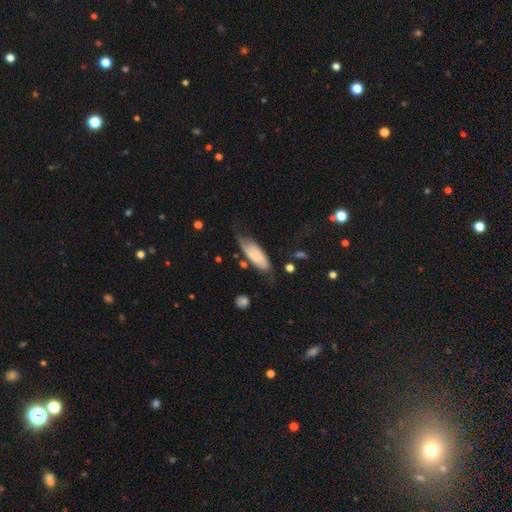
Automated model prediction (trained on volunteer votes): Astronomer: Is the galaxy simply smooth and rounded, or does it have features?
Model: smooth — 66%.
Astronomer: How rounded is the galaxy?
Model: in between — 75%.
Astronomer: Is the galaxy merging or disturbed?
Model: none — 50% (runner-up: minor disturbance, 33%).